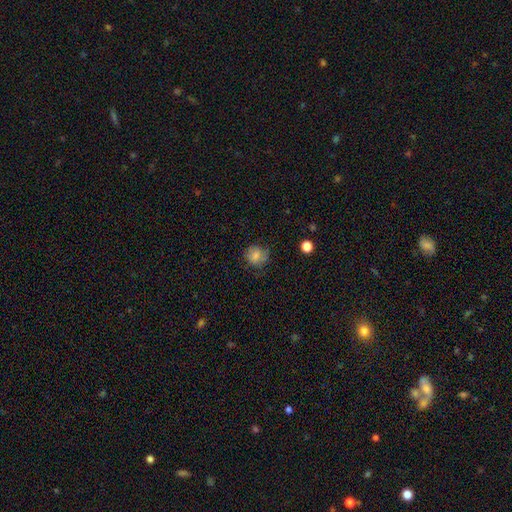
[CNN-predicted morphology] Smooth or featured?
  - smooth: 77% *
  - featured or disk: 13%
  - star or artifact: 10%
How rounded?
  - round: 76% *
  - in between: 23%
  - cigar-shaped: 1%
Merging?
  - none: 68% *
  - minor disturbance: 23%
  - major disturbance: 8%
  - merger: 1%